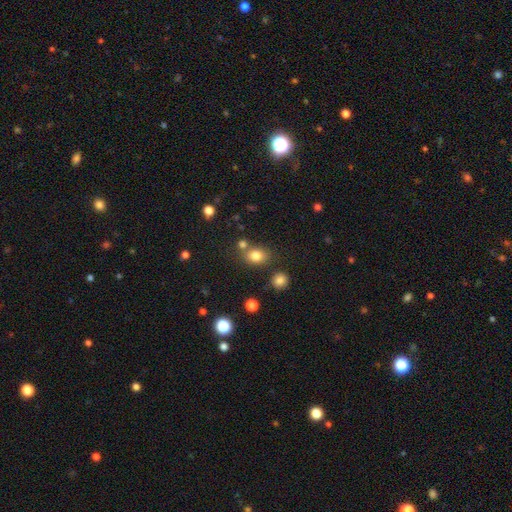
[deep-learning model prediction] This appears to be a smooth galaxy with no disk features (80%) that is in between round and cigar-shaped (52%). Merging: none (67%).